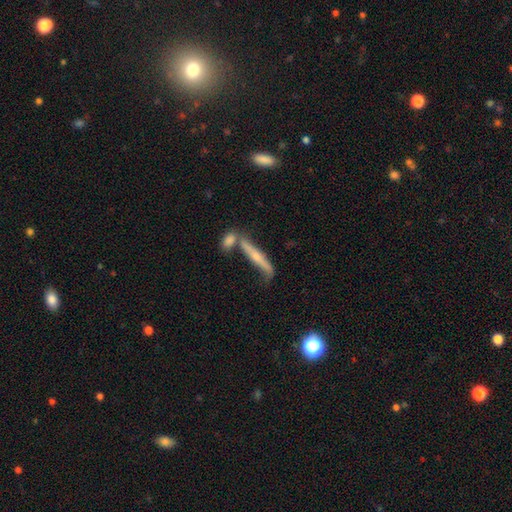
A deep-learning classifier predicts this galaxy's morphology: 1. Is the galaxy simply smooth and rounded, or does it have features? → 52% featured or disk, 40% smooth, 8% star or artifact.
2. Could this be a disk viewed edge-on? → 86% yes, 14% no.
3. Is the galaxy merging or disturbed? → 49% none, 25% merger, 18% minor disturbance, 8% major disturbance.